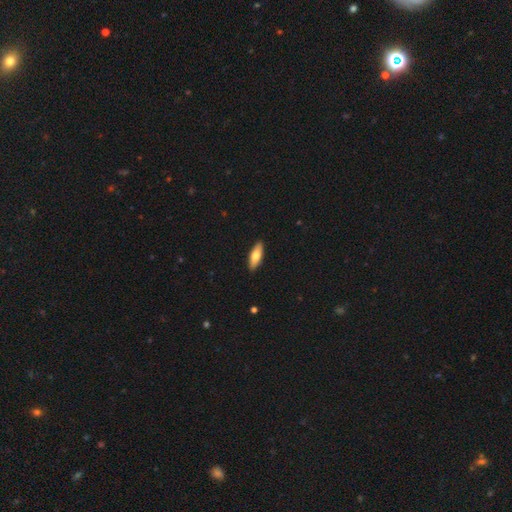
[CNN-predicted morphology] Smooth or featured? smooth (73%)
How rounded? in between (62%)
Merging? none (90%)